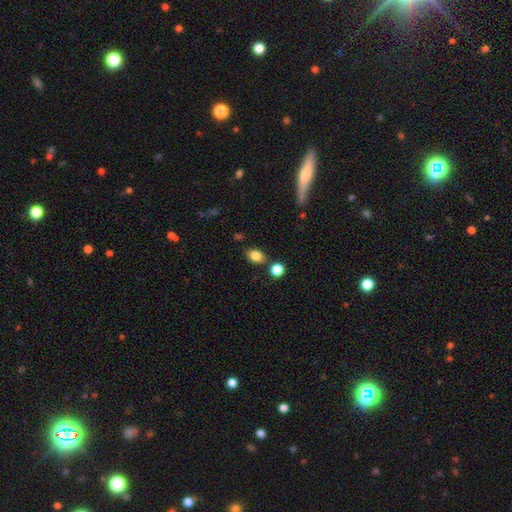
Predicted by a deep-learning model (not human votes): A smooth galaxy with no disk features (83%) that is in between round and cigar-shaped (71%).

Vote fractions:
- Smooth or featured? smooth: 83% / star or artifact: 10% / featured or disk: 7%
- How rounded? in between: 71% / round: 27% / cigar-shaped: 1%
- Merging? none: 80% / minor disturbance: 10% / merger: 7% / major disturbance: 3%